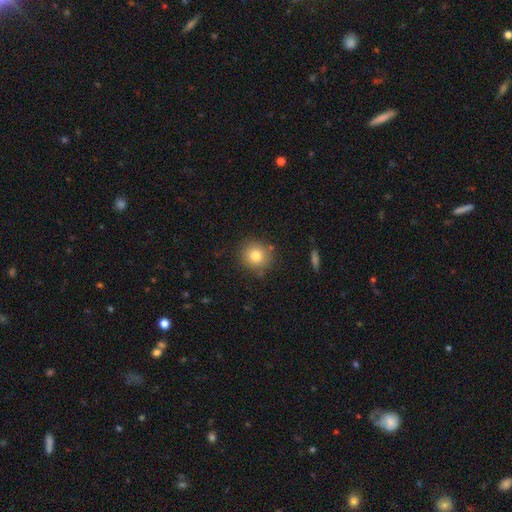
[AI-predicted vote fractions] Smooth or featured?
  - smooth: 79% *
  - star or artifact: 11%
  - featured or disk: 10%
How rounded?
  - round: 90% *
  - in between: 9%
  - cigar-shaped: 1%
Merging?
  - none: 86% *
  - minor disturbance: 9%
  - merger: 3%
  - major disturbance: 3%